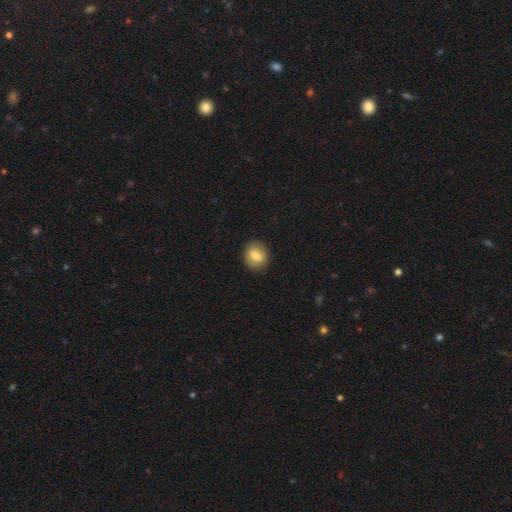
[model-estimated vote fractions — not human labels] A smooth galaxy with no disk features (75%) that is round (68%). Merging: none (86%).